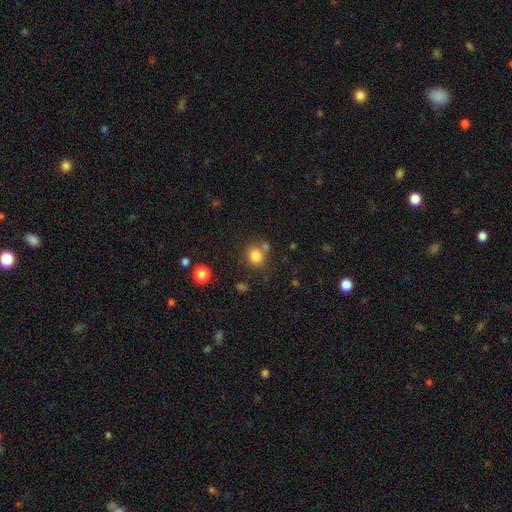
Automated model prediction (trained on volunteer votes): Overall: smooth (82%). How rounded: round (72%). Merging: none (68%).